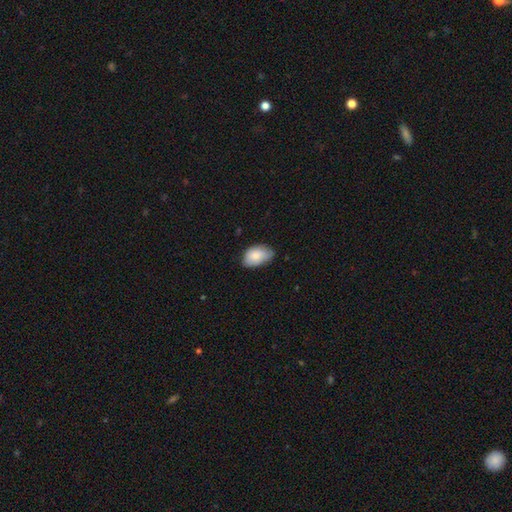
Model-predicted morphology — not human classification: Overall: smooth (80%). How rounded: in between (90%). Merging: none (57%; minor disturbance 36%).